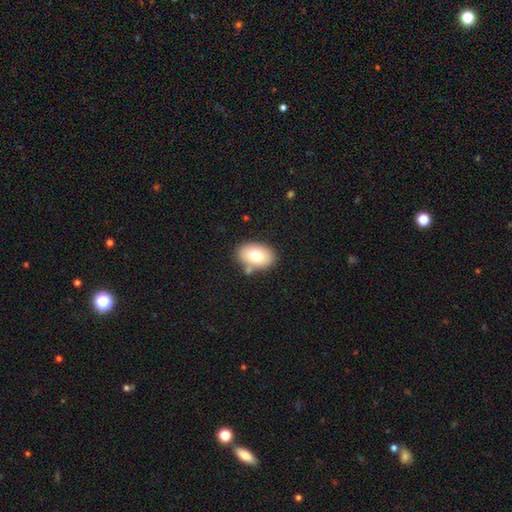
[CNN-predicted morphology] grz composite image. It shows a smooth galaxy with no disk features (76%) that is in between round and cigar-shaped (86%). Merging: none (75%).